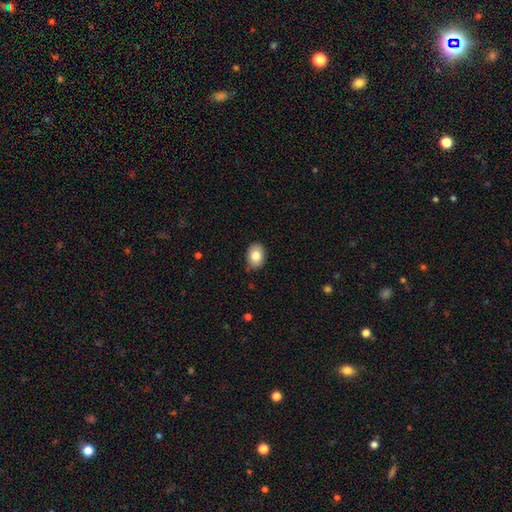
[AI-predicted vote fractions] Morphology: type=smooth (81%); roundness=in between (68%); merging=none (83%).